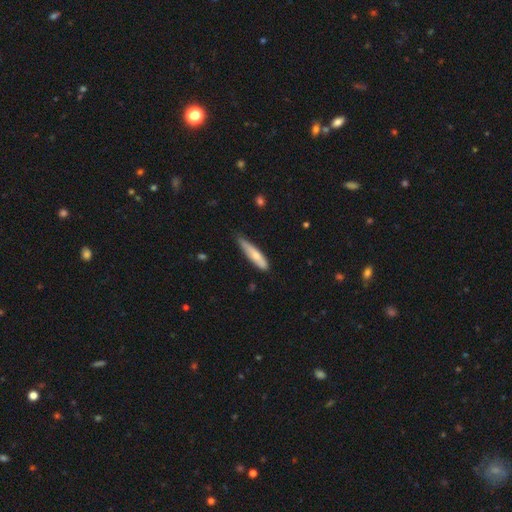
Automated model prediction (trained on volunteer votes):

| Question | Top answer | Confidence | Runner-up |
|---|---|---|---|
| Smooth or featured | smooth | 71% | featured or disk (24%) |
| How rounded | cigar-shaped | 81% | in between (17%) |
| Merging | none | 55% | minor disturbance (36%) |